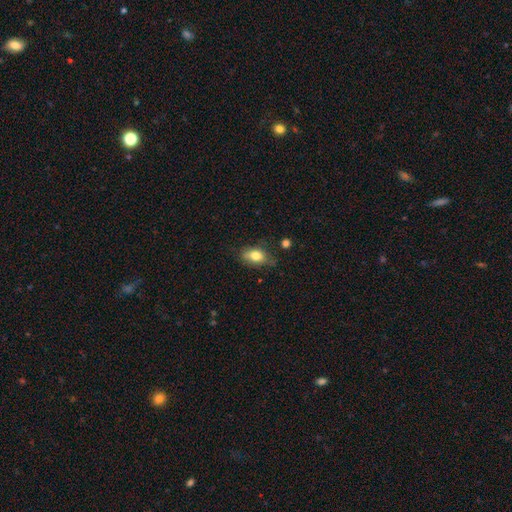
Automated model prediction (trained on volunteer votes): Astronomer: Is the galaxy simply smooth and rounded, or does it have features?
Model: smooth — 79%.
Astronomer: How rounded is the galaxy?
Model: in between — 85%.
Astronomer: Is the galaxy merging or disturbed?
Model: none — 62%.